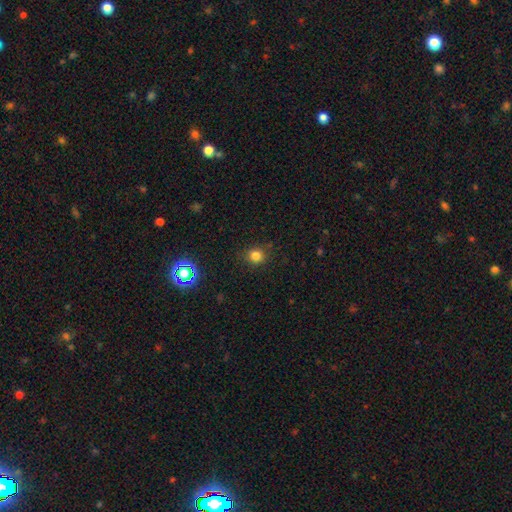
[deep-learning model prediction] Smooth or featured: smooth — 80% (star or artifact — 15%)
How rounded: round — 87% (in between — 12%)
Merging: none — 87% (minor disturbance — 9%)